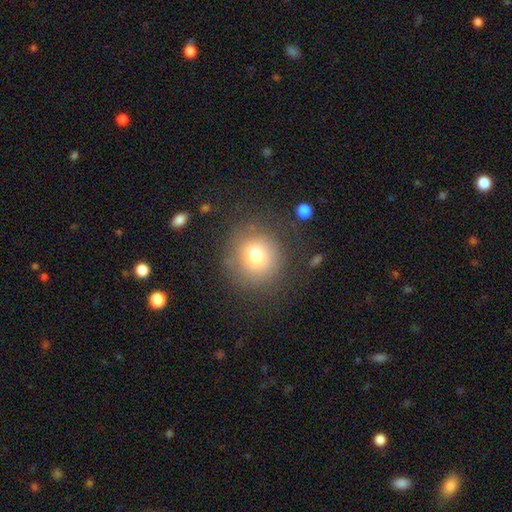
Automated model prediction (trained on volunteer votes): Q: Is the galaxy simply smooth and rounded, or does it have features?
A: smooth — 76%.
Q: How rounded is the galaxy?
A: round — 91%.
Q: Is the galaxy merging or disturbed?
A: none — 78%.